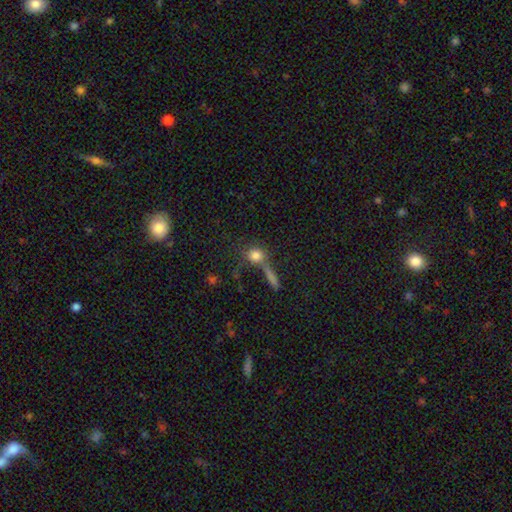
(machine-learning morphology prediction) A smooth galaxy with no disk features (78%) that is round (79%). Merging: none (57%).